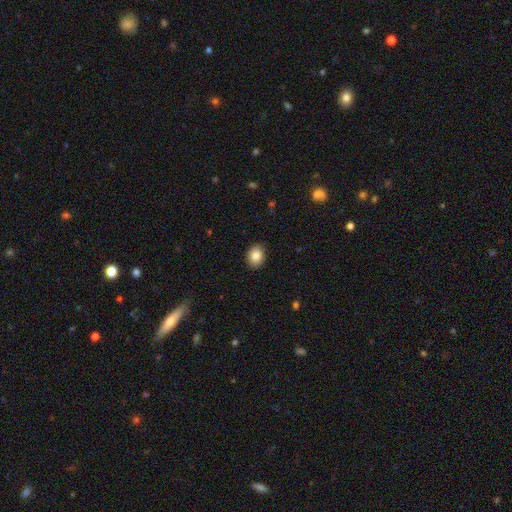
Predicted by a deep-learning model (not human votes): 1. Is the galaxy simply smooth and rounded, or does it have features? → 86% smooth, 8% star or artifact, 6% featured or disk.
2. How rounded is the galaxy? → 57% in between, 42% round, 1% cigar-shaped.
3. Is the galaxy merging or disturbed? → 88% none, 9% minor disturbance, 2% major disturbance, 1% merger.